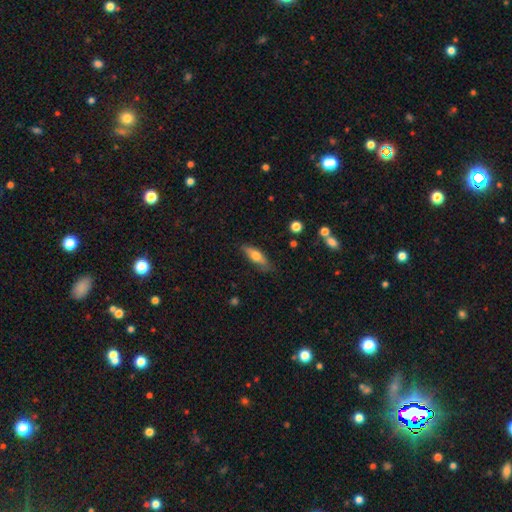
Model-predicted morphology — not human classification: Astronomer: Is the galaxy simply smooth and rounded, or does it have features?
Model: smooth — 62%.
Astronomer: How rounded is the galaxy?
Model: in between — 50% (runner-up: cigar-shaped, 48%).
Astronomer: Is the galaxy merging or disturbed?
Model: none — 79%.